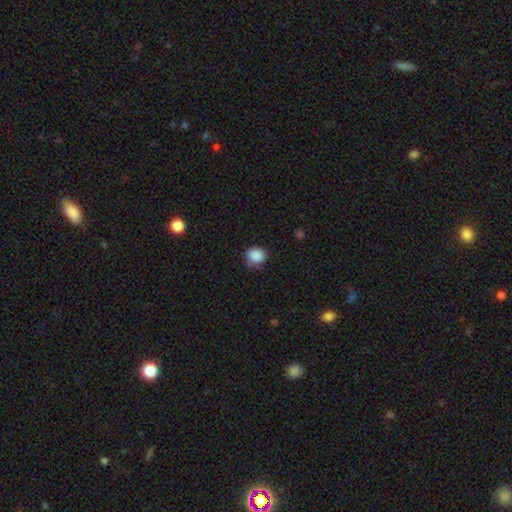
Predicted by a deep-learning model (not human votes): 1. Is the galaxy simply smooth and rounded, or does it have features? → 88% smooth, 9% star or artifact, 3% featured or disk.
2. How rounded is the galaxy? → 65% round, 34% in between, 1% cigar-shaped.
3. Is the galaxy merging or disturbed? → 72% none, 21% minor disturbance, 4% major disturbance, 2% merger.